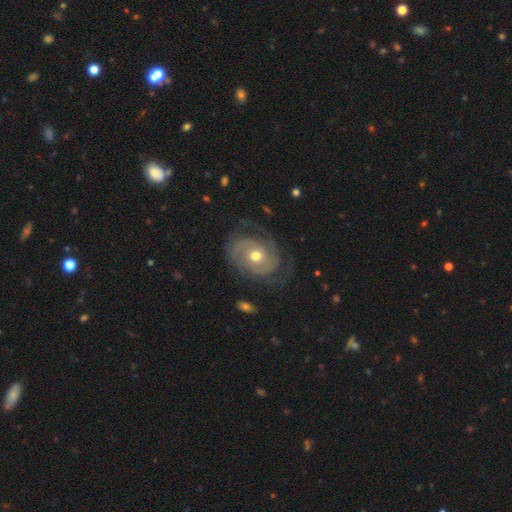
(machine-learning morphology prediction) Smooth or featured?
  - featured or disk: 82% *
  - smooth: 13%
  - star or artifact: 5%
Edge-on disk?
  - no: 97% *
  - yes: 3%
Bar?
  - no: 76% *
  - weak: 20%
  - strong: 5%
Spiral arms?
  - yes: 92% *
  - no: 8%
Spiral winding?
  - tight: 47% *
  - medium: 36%
  - loose: 17%
Spiral arm count?
  - 2: 64% *
  - can't tell: 15%
  - 3: 8%
  - 1: 7%
  - 4: 3%
  - more than 4: 3%
Bulge size?
  - moderate: 67% *
  - small: 26%
  - large: 5%
  - dominant: 1%
  - none: 1%
Merging?
  - none: 63% *
  - minor disturbance: 18%
  - major disturbance: 18%
  - merger: 2%